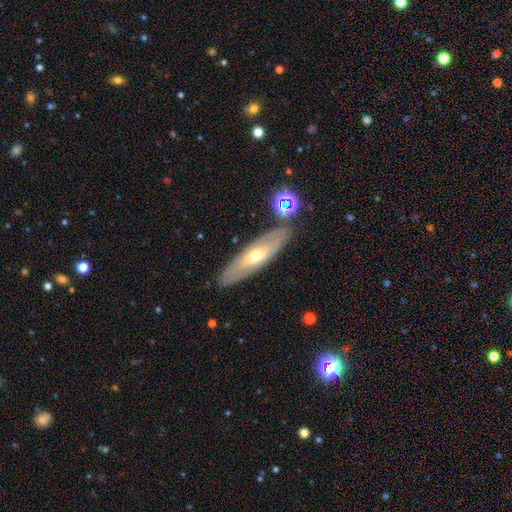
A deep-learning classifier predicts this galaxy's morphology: smooth-or-featured: featured or disk: 56% | smooth: 36% | star or artifact: 7%
  disk-edge-on: no: 58% | yes: 42%
  merging: none: 83% | minor disturbance: 11% | merger: 4% | major disturbance: 3%